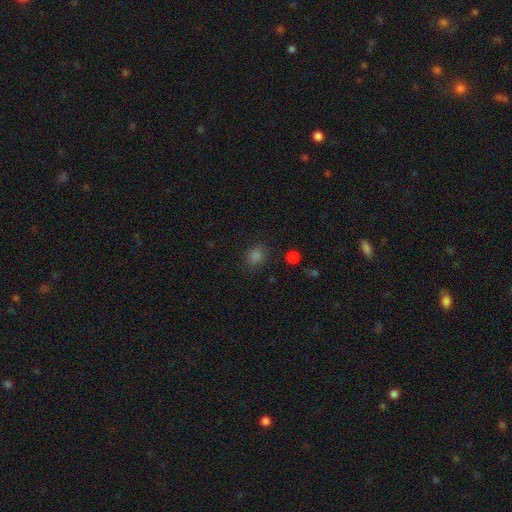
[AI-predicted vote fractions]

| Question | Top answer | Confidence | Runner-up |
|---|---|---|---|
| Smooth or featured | smooth | 75% | star or artifact (20%) |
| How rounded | round | 69% | in between (29%) |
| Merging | none | 85% | minor disturbance (10%) |